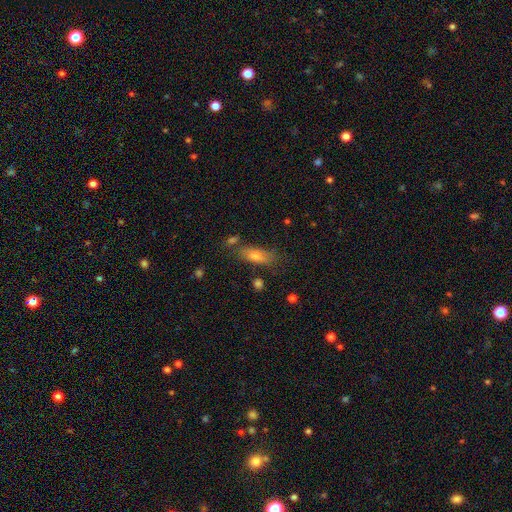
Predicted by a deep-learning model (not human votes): smooth 67%, featured or disk 23%, star or artifact 10%. Down the decision tree: how rounded — in between (60%); merging — none (67%).